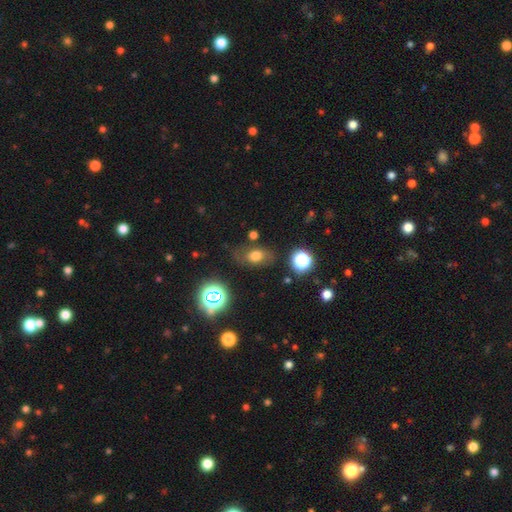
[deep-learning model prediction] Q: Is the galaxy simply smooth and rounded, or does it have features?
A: smooth — 66%.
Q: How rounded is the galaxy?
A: in between — 76%.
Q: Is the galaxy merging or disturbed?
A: none — 67%.